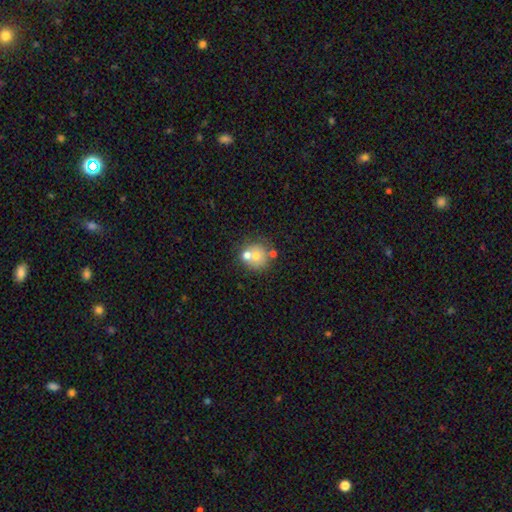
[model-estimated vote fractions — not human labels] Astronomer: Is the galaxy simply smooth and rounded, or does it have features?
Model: smooth — 65%.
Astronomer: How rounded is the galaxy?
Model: round — 87%.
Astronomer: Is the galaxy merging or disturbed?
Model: none — 50% (runner-up: merger, 34%).